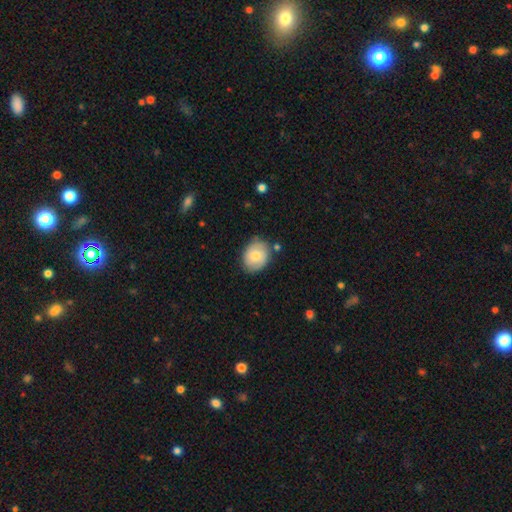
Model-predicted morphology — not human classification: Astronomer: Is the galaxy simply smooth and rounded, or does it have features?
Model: smooth — 71%.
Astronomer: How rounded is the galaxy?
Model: round — 52% (runner-up: in between, 47%).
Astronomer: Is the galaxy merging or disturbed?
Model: none — 77%.